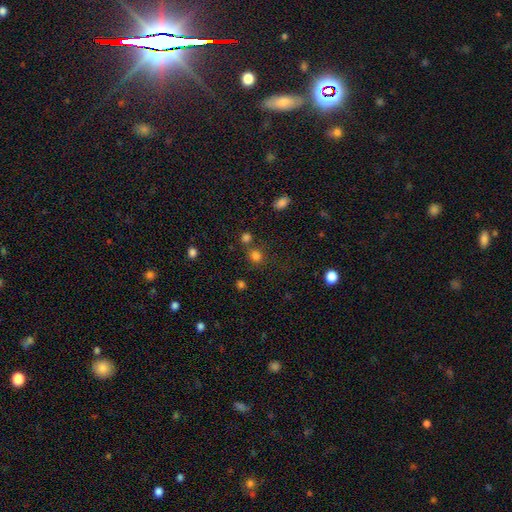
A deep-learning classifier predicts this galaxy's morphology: Smooth or featured? Predicted: smooth (p=0.76). How rounded? Predicted: round (p=0.77). Merging? Predicted: none (p=0.68).